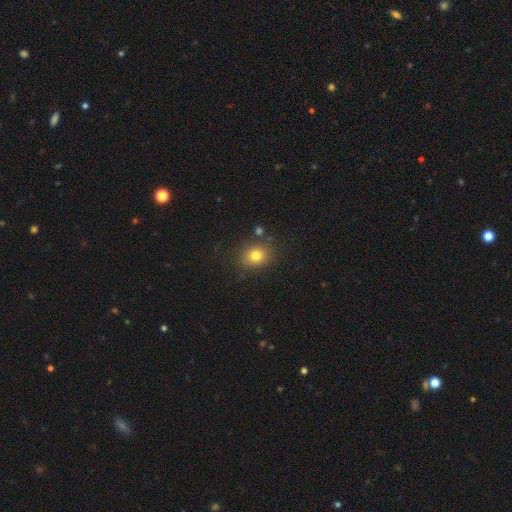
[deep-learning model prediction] Smooth or featured?
  - smooth: 78% *
  - star or artifact: 13%
  - featured or disk: 9%
How rounded?
  - round: 56% *
  - in between: 43%
  - cigar-shaped: 1%
Merging?
  - none: 80% *
  - minor disturbance: 12%
  - merger: 5%
  - major disturbance: 4%